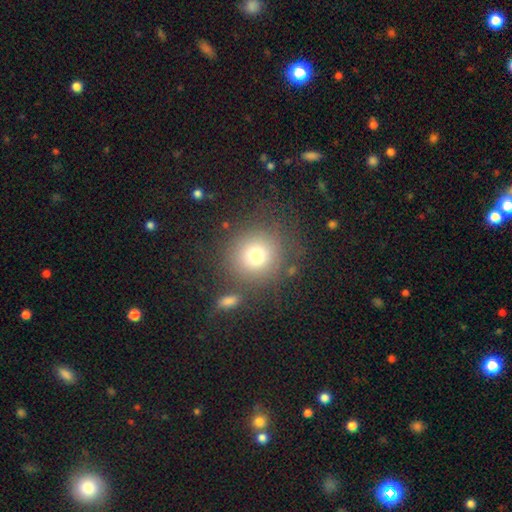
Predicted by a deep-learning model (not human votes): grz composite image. It shows a smooth galaxy with no disk features (75%) that is round (92%). Merging: none (76%).